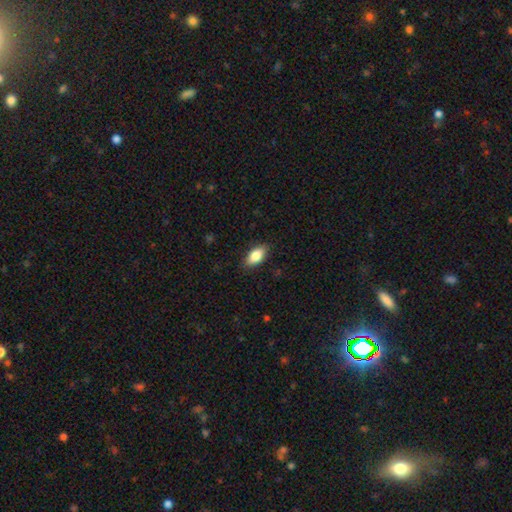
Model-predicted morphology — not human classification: type=smooth (84%); roundness=in between (89%); merging=none (85%).